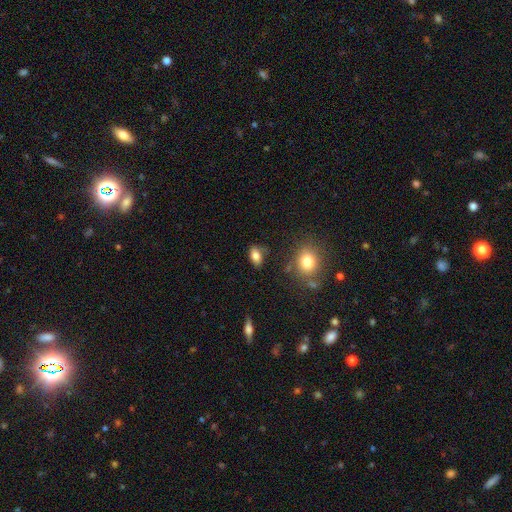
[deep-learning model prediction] Q: Smooth or featured?
A: smooth (80%); runner-up: star or artifact (10%)
Q: How rounded?
A: in between (85%); runner-up: round (11%)
Q: Merging?
A: none (75%); runner-up: minor disturbance (17%)